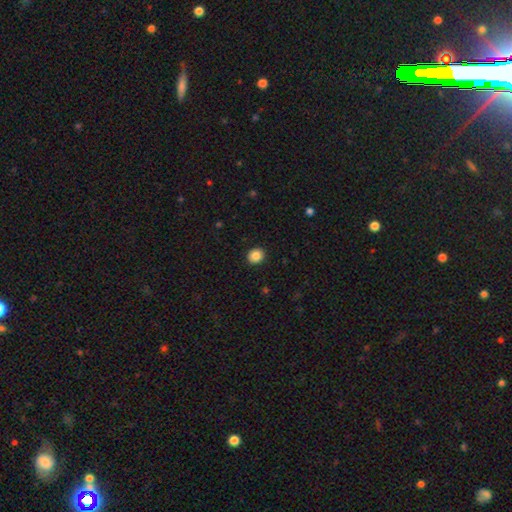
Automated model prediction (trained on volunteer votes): Smooth or featured? smooth (86%)
How rounded? round (79%)
Merging? none (92%)